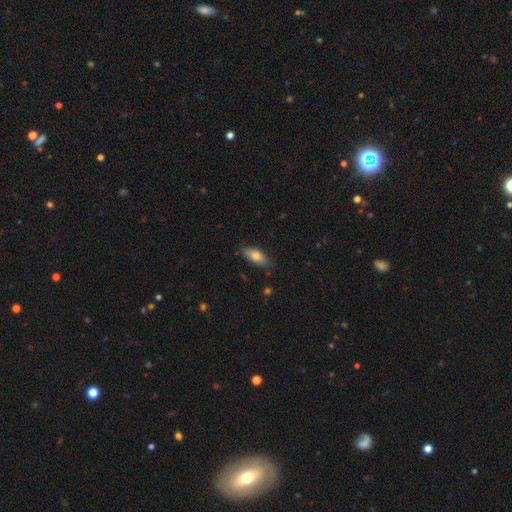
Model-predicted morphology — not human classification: The model was most divided on "smooth or featured": smooth: 76%, featured or disk: 17%, star or artifact: 7%. More confident: merging — none (81%); how rounded — in between (79%).